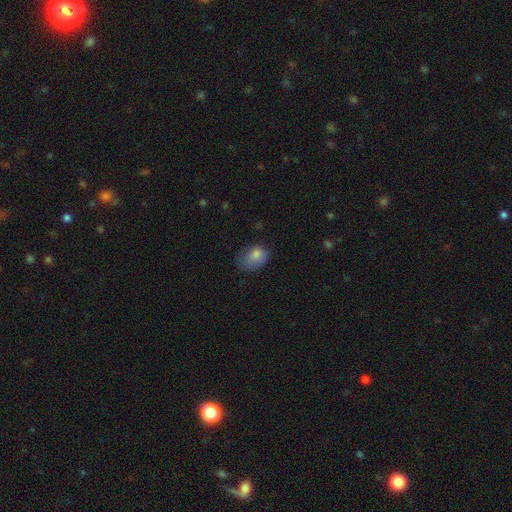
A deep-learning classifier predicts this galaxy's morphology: Smooth or featured: smooth — 82% (featured or disk — 9%)
How rounded: in between — 70% (round — 29%)
Merging: none — 40% (minor disturbance — 36%)